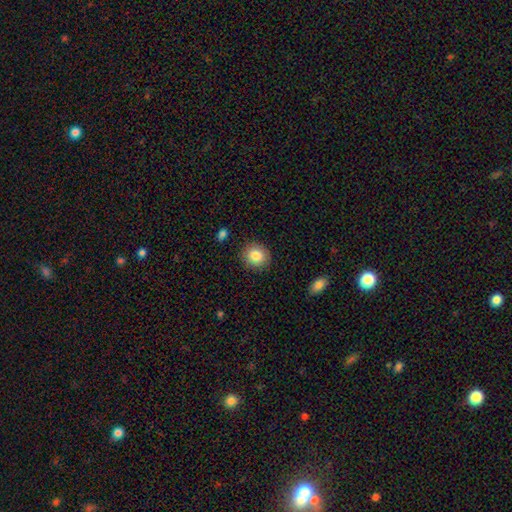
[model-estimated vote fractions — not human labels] smooth-or-featured: smooth: 83% | star or artifact: 9% | featured or disk: 8%
  how-rounded: round: 84% | in between: 15% | cigar-shaped: 1%
  merging: none: 89% | minor disturbance: 8% | major disturbance: 2% | merger: 1%